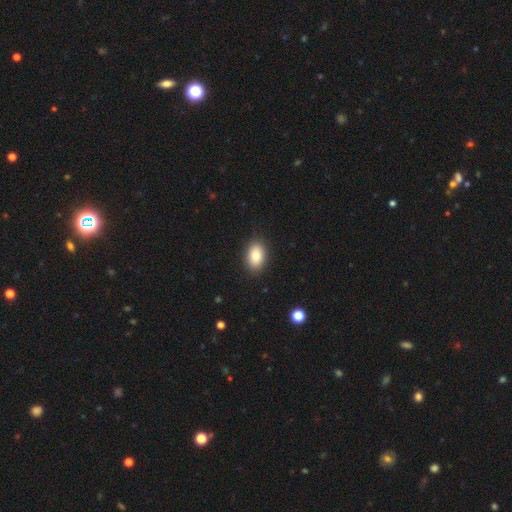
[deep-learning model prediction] Overall: smooth (85%). How rounded: in between (88%). Merging: none (88%).